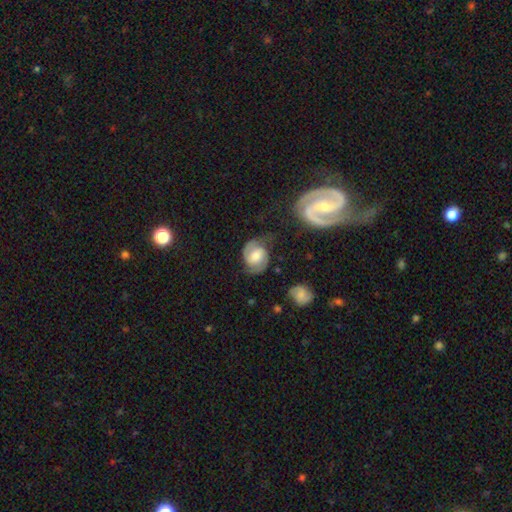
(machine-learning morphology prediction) Q: Smooth or featured?
A: featured or disk (69%); runner-up: smooth (24%)
Q: Edge-on disk?
A: no (97%); runner-up: yes (3%)
Q: Bar?
A: weak (45%); runner-up: no (40%)
Q: Spiral arms?
A: yes (92%); runner-up: no (8%)
Q: Spiral winding?
A: medium (49%); runner-up: tight (32%)
Q: Spiral arm count?
A: 2 (87%); runner-up: can't tell (6%)
Q: Bulge size?
A: moderate (51%); runner-up: small (22%)
Q: Merging?
A: none (64%); runner-up: minor disturbance (22%)